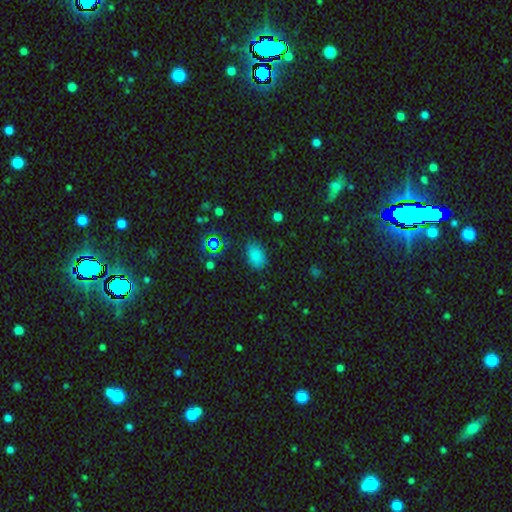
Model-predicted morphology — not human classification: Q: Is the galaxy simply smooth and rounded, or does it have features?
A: smooth — 76%.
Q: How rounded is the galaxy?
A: in between — 83%.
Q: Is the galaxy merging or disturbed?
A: none — 78%.